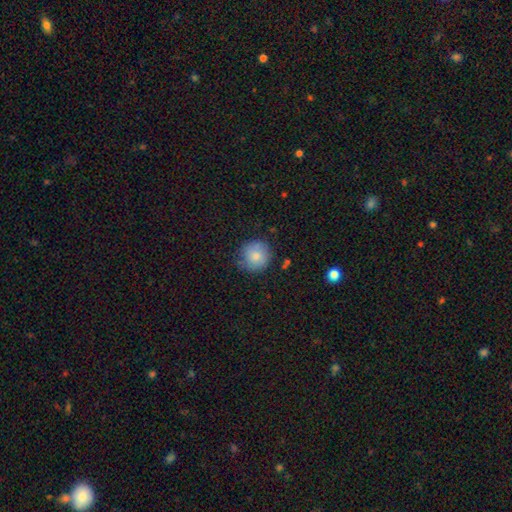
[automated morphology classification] smooth_or_featured: smooth (p=0.79) [alt: featured or disk p=0.13]
how_rounded: round (p=0.93) [alt: in between p=0.07]
merging: none (p=0.74) [alt: minor disturbance p=0.20]